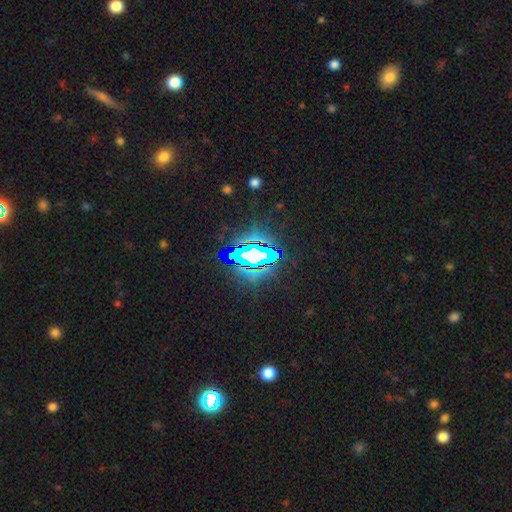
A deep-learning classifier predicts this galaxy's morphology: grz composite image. It shows a star or artifact, not a galaxy (69%).